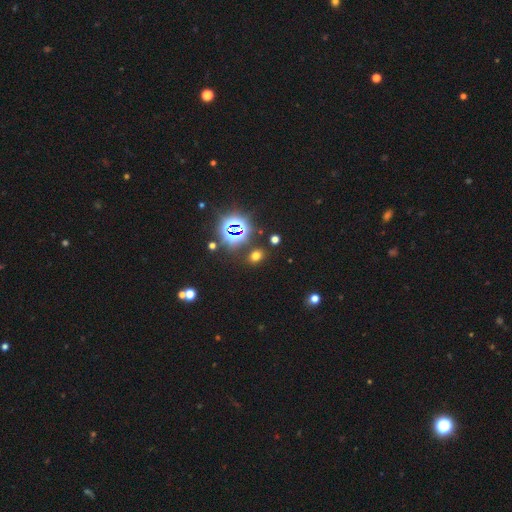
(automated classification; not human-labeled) A smooth galaxy with no disk features (57%) that is in between round and cigar-shaped (60%). Merging: none (84%).